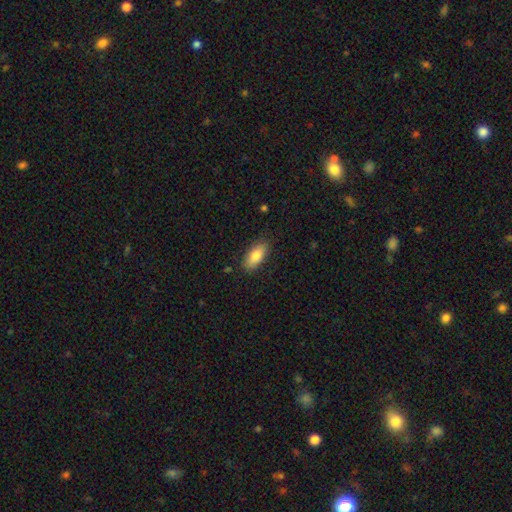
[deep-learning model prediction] This appears to be a smooth galaxy with no disk features (82%) that is in between round and cigar-shaped (85%). Merging: none (85%).